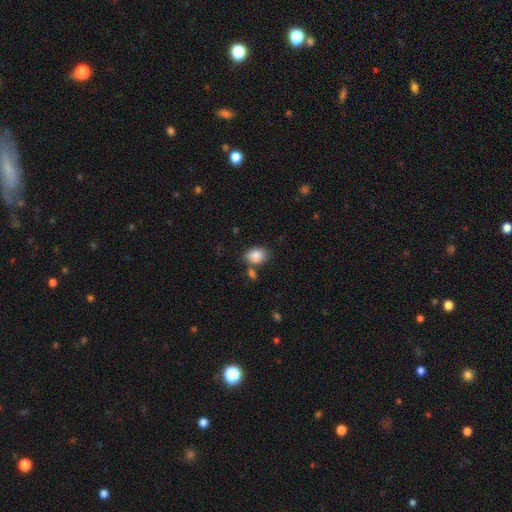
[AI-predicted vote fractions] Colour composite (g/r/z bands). It shows a smooth galaxy with no disk features (88%) that is in between round and cigar-shaped (76%). Merging: none (67%).